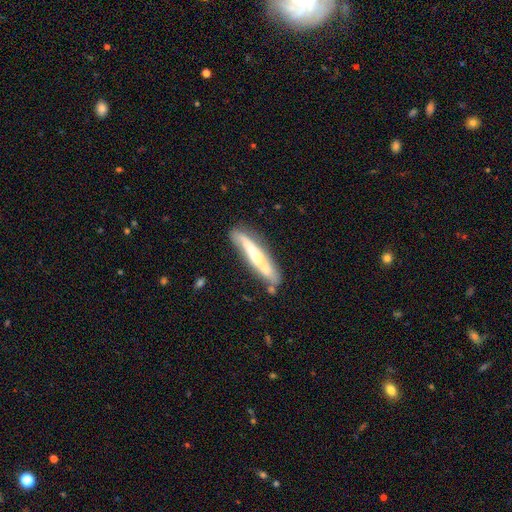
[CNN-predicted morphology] This is possibly a featured or disk galaxy (52%). It is likely viewed edge-on (76%). Merging: likely none (68%).